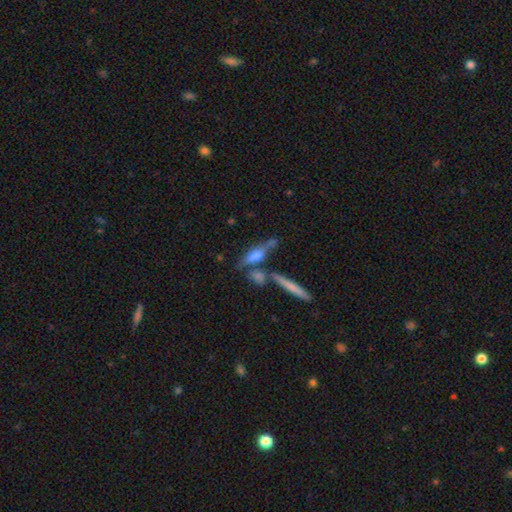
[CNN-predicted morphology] Smooth or featured? smooth (49%)
Merging? none (54%)